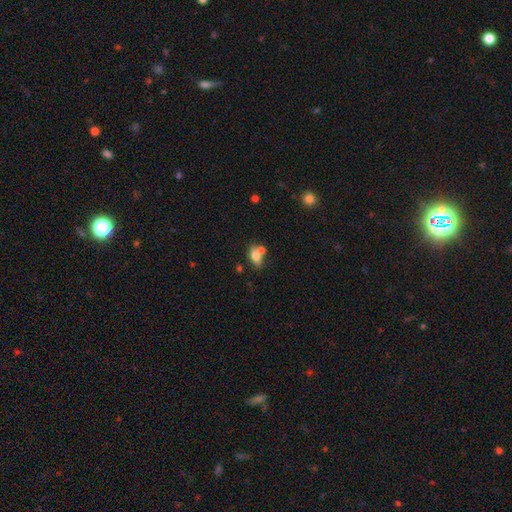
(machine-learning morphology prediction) smooth_or_featured: smooth (p=0.74) [alt: featured or disk p=0.16]
how_rounded: in between (p=0.84) [alt: round p=0.11]
merging: none (p=0.46) [alt: merger p=0.37]